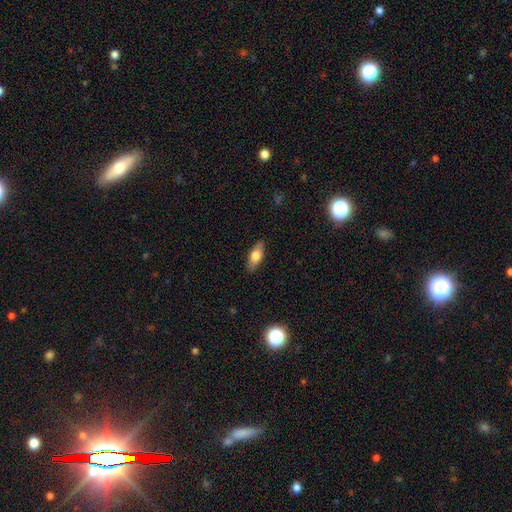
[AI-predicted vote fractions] The model was most divided on "smooth or featured": smooth: 70%, featured or disk: 23%, star or artifact: 7%. More confident: merging — none (87%); how rounded — in between (76%).